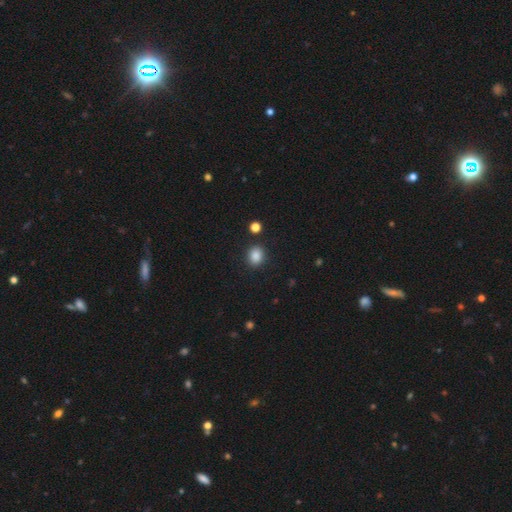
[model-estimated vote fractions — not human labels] A smooth galaxy with no disk features (86%) that is round (59%). Merging: none (86%).